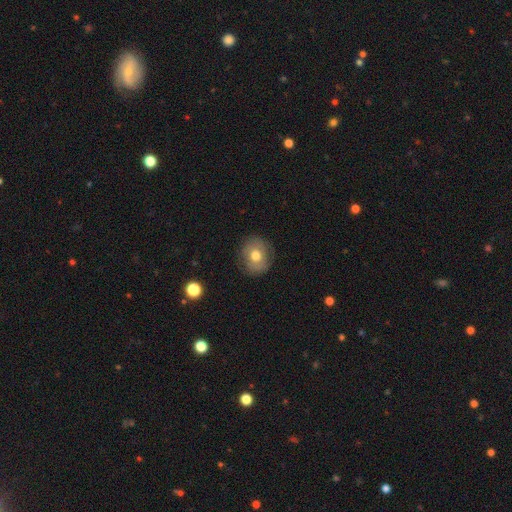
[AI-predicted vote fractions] This is likely a smooth galaxy (65%). How rounded: likely round (71%). Merging: clearly none (80%).